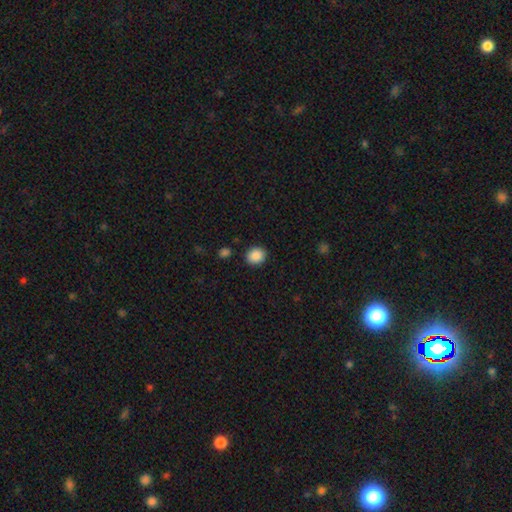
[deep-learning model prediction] Smooth or featured: smooth — 88% (star or artifact — 9%)
How rounded: round — 68% (in between — 31%)
Merging: none — 88% (minor disturbance — 8%)